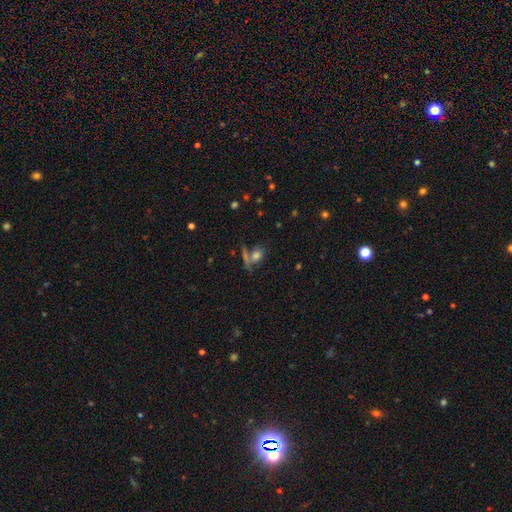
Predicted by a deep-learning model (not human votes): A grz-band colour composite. It shows a smooth galaxy with no disk features (68%) that is in between round and cigar-shaped (54%). Merging: none (50%).